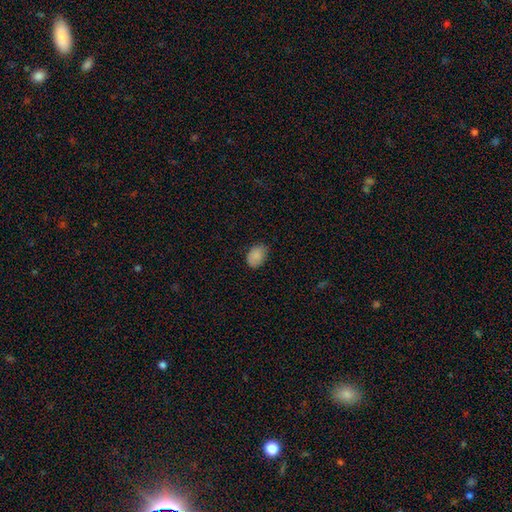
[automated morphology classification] type=smooth (87%); roundness=in between (77%); merging=none (75%).